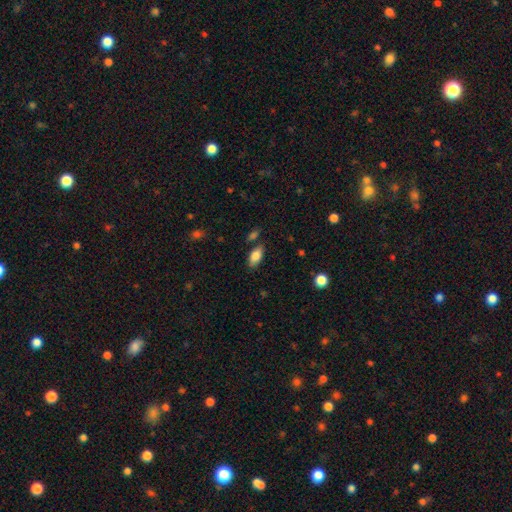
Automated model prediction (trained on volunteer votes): A smooth galaxy with no disk features (83%) that is in between round and cigar-shaped (90%).

Vote fractions:
- Smooth or featured? smooth: 83% / featured or disk: 10% / star or artifact: 7%
- How rounded? in between: 90% / cigar-shaped: 6% / round: 3%
- Merging? none: 78% / minor disturbance: 13% / merger: 5% / major disturbance: 3%